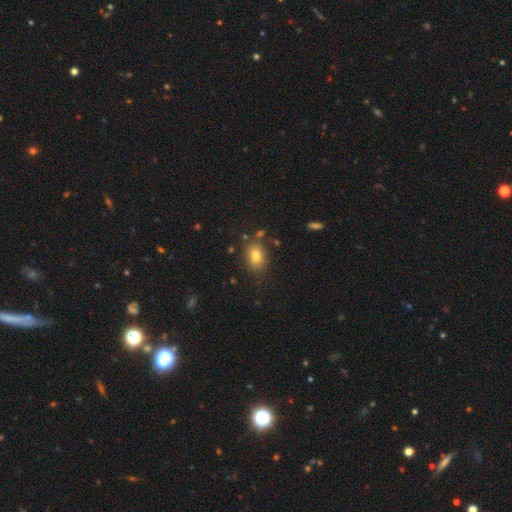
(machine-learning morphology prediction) The model was most divided on "how rounded": in between: 80%, round: 18%, cigar-shaped: 2%. More confident: smooth or featured — smooth (80%); merging — none (79%).